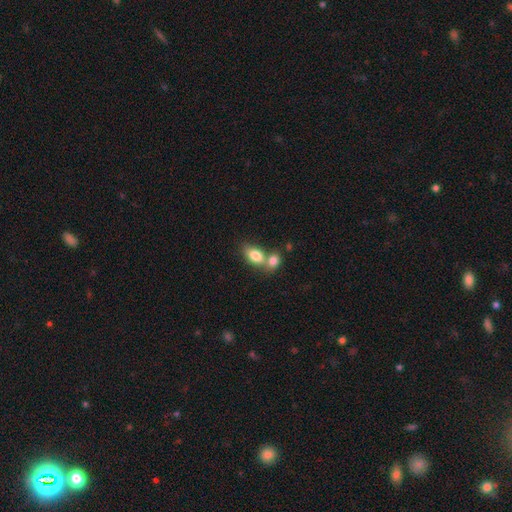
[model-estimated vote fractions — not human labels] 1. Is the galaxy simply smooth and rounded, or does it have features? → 81% smooth, 12% featured or disk, 8% star or artifact.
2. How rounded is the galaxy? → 84% in between, 13% round, 3% cigar-shaped.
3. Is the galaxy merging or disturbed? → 56% merger, 32% none, 8% minor disturbance, 3% major disturbance.